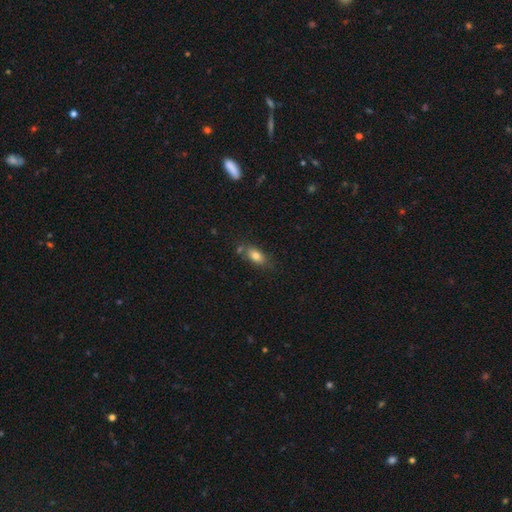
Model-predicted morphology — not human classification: The model was most divided on "merging": none: 65%, minor disturbance: 18%, merger: 12%, major disturbance: 5%. More confident: how rounded — in between (85%); smooth or featured — smooth (79%).